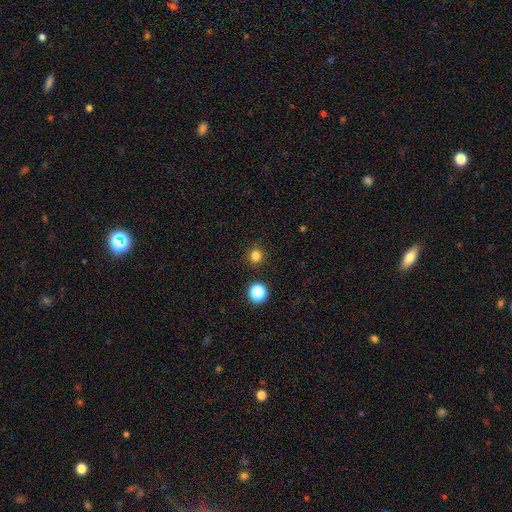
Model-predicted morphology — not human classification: A smooth galaxy with no disk features (81%) that is round (90%). Merging: none (91%).